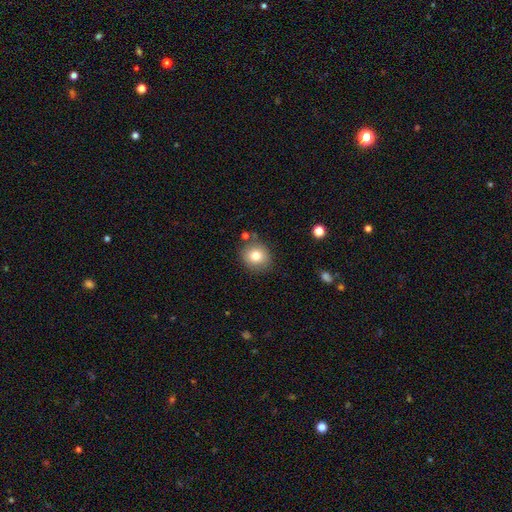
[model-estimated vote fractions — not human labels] Smooth or featured: smooth — 79% (featured or disk — 11%)
How rounded: round — 84% (in between — 16%)
Merging: none — 82% (minor disturbance — 10%)